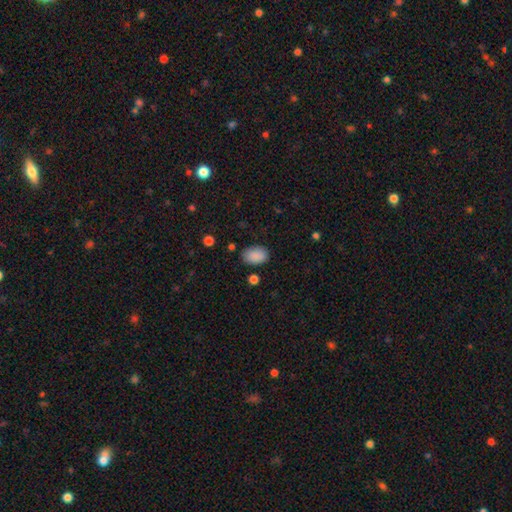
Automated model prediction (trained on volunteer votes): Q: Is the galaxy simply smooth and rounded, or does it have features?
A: smooth — 89%.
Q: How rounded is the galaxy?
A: in between — 87%.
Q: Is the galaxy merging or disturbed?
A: none — 82%.